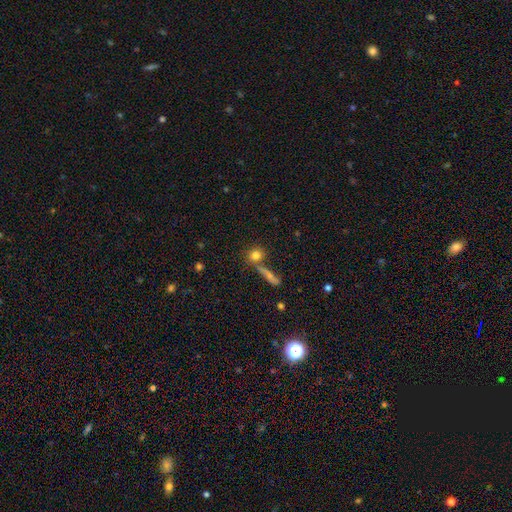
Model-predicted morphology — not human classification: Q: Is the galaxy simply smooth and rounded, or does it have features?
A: smooth — 78%.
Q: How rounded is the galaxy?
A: round — 77%.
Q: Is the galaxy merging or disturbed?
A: none — 64%.